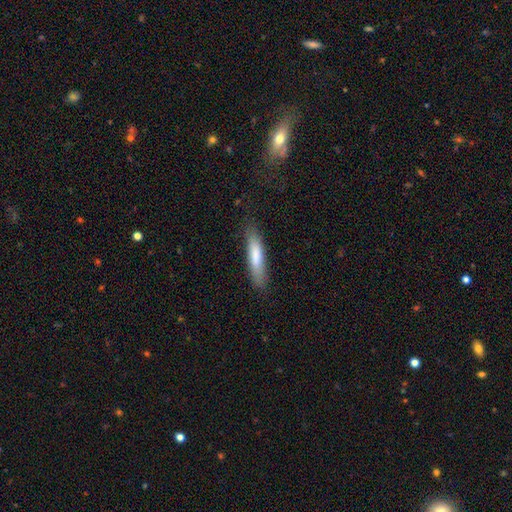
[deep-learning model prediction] This is likely a smooth galaxy (78%). How rounded: clearly cigar-shaped (82%). Merging: clearly none (83%).